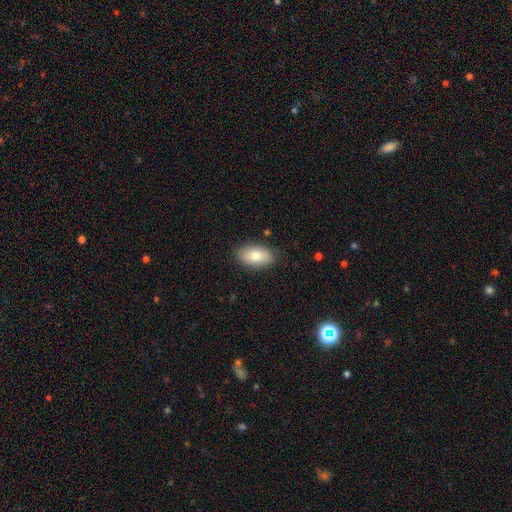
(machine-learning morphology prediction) type=smooth (78%); roundness=in between (92%); merging=none (86%).